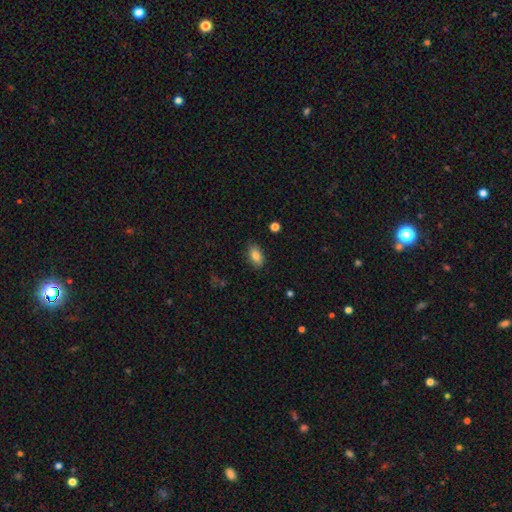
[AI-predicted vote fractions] Smooth or featured?
  - smooth: 83% *
  - featured or disk: 9%
  - star or artifact: 8%
How rounded?
  - in between: 91% *
  - round: 6%
  - cigar-shaped: 3%
Merging?
  - none: 86% *
  - minor disturbance: 10%
  - major disturbance: 2%
  - merger: 1%